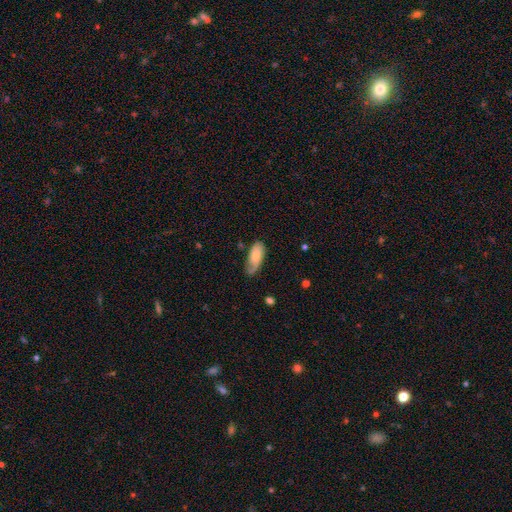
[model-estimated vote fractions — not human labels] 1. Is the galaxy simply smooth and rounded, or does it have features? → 63% smooth, 31% featured or disk, 6% star or artifact.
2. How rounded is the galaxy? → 84% in between, 14% cigar-shaped, 2% round.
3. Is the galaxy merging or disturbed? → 53% none, 32% minor disturbance, 12% major disturbance, 2% merger.